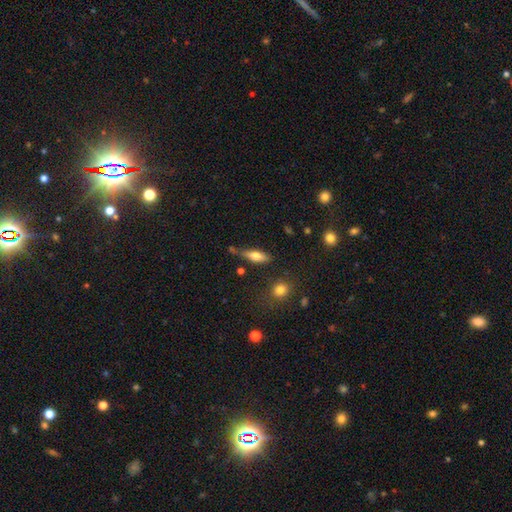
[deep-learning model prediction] A smooth galaxy with no disk features (64%) that is in between round and cigar-shaped (54%). Merging: none (62%).